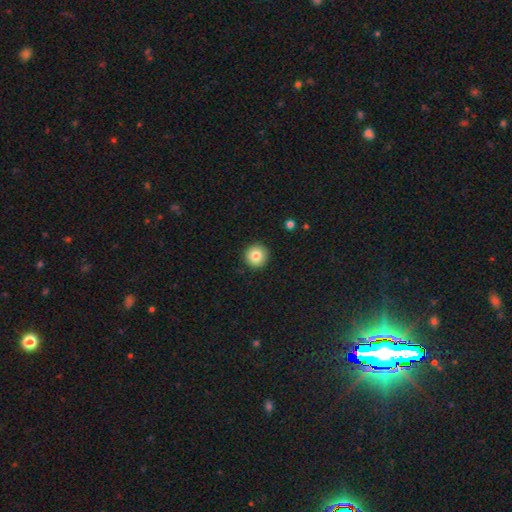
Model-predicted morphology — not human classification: A smooth galaxy with no disk features (83%) that is round (96%). Merging: none (92%).